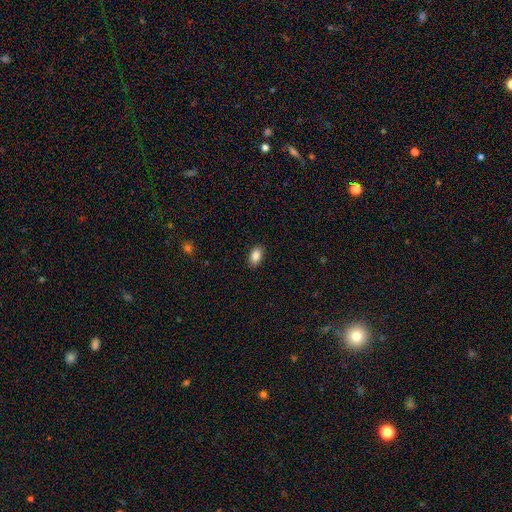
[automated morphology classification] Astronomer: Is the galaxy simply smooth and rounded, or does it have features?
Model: smooth — 88%.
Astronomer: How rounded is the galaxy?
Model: in between — 91%.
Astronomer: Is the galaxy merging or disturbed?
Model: none — 89%.